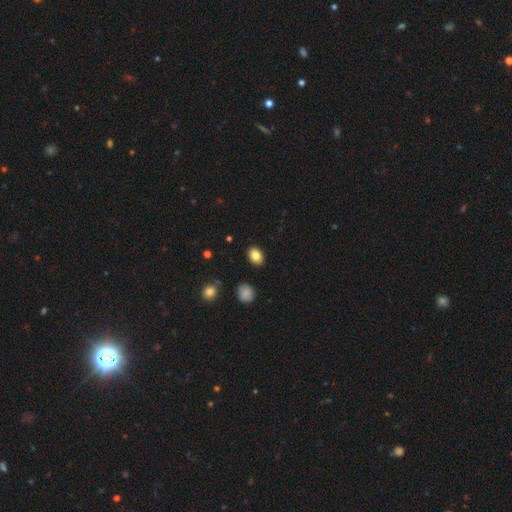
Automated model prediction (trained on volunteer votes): Q: Smooth or featured?
A: smooth (84%); runner-up: star or artifact (9%)
Q: How rounded?
A: in between (73%); runner-up: round (26%)
Q: Merging?
A: none (88%); runner-up: minor disturbance (8%)